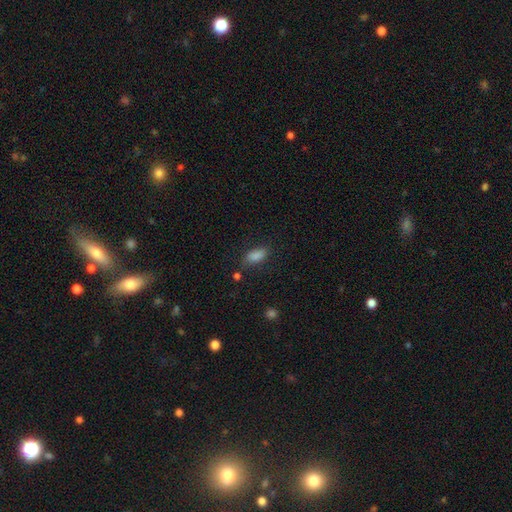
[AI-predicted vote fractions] This is clearly a smooth galaxy (82%). How rounded: clearly in between (82%). Merging: likely none (79%).